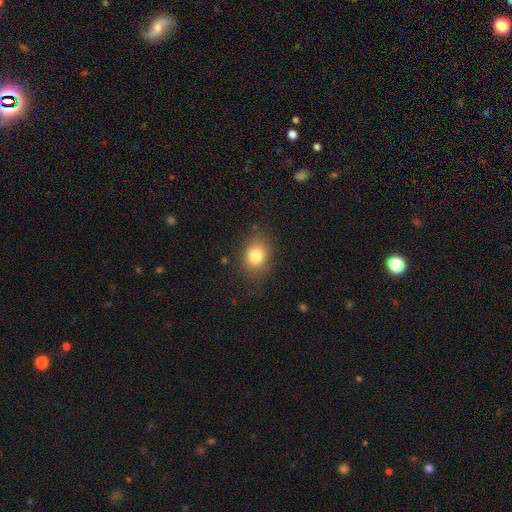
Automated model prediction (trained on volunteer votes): smooth_or_featured: smooth (p=0.81) [alt: star or artifact p=0.11]
how_rounded: in between (p=0.53) [alt: round p=0.46]
merging: none (p=0.81) [alt: minor disturbance p=0.14]